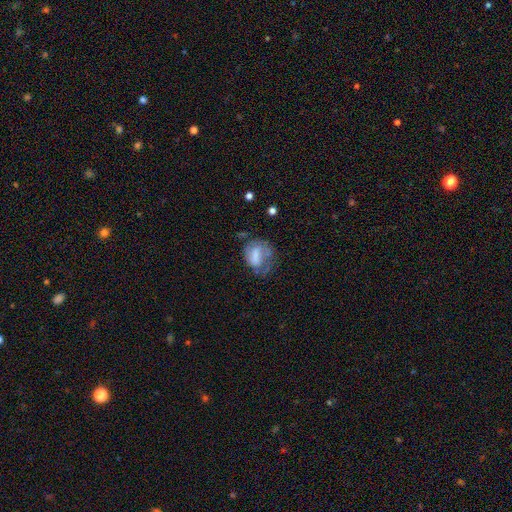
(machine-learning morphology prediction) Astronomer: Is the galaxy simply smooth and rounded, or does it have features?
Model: smooth — 47% (runner-up: featured or disk, 44%).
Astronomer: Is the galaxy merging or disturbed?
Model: none — 36% (runner-up: major disturbance, 30%).